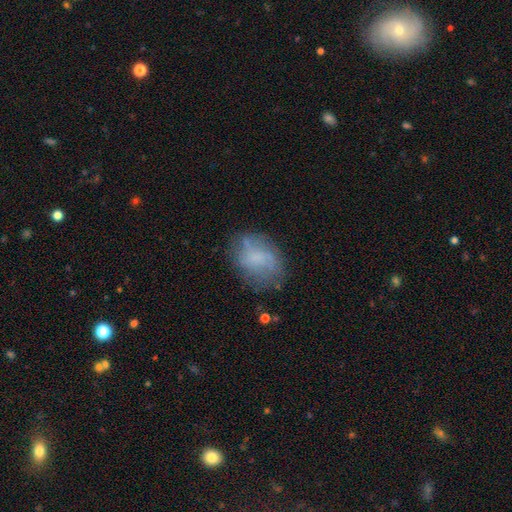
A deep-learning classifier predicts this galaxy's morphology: Smooth or featured: smooth — 56% (featured or disk — 30%)
How rounded: in between — 71% (round — 27%)
Merging: none — 71% (minor disturbance — 20%)